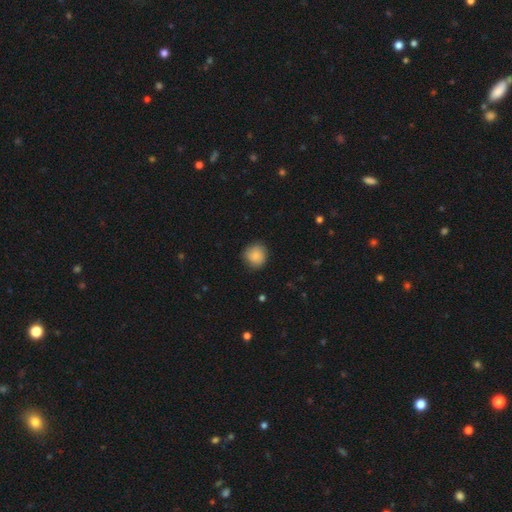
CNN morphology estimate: Smooth or featured? Predicted: smooth (p=0.87). How rounded? Predicted: round (p=0.90). Merging? Predicted: none (p=0.84).